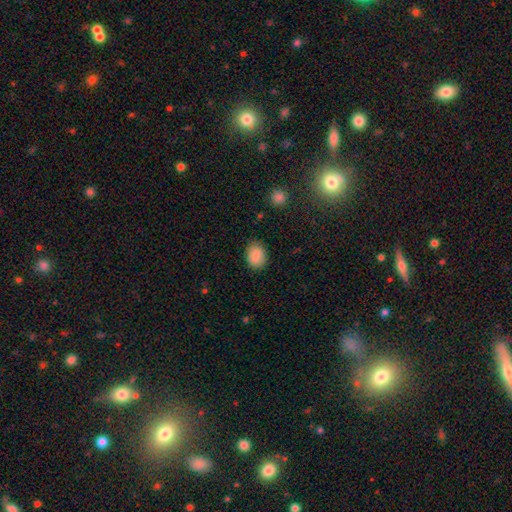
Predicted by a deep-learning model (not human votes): Smooth or featured: smooth — 88% (star or artifact — 8%)
How rounded: in between — 71% (round — 28%)
Merging: none — 83% (minor disturbance — 12%)